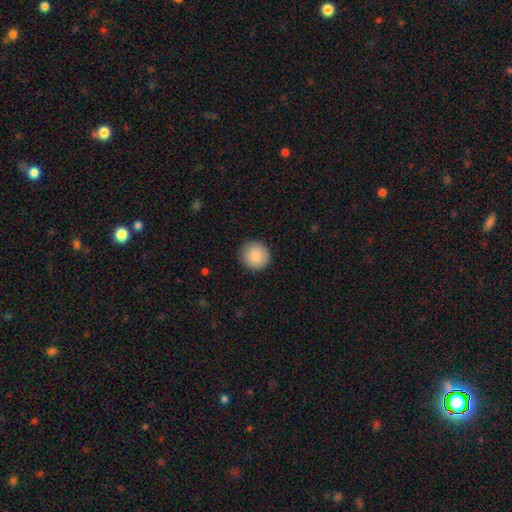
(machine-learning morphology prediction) Q: Smooth or featured?
A: smooth (87%); runner-up: star or artifact (7%)
Q: How rounded?
A: round (95%); runner-up: in between (4%)
Q: Merging?
A: none (91%); runner-up: minor disturbance (6%)